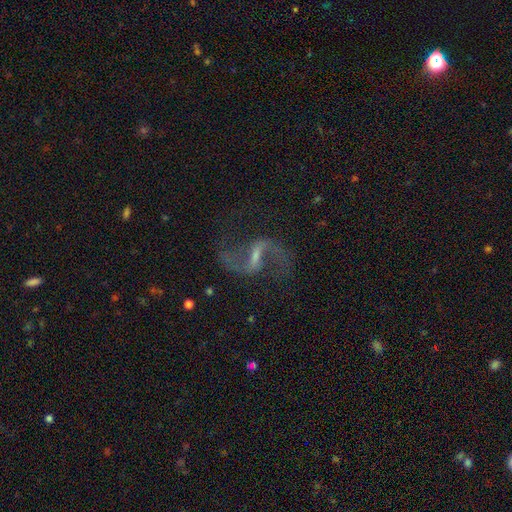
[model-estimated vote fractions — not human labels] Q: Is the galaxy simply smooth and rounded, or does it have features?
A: featured or disk — 89%.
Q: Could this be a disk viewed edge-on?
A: no — 97%.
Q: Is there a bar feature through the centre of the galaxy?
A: strong — 48%.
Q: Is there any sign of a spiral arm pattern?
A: yes — 96%.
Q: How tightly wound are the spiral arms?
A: loose — 77%.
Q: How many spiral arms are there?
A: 2 — 94%.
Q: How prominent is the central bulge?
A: small — 48%.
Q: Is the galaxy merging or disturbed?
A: none — 76%.